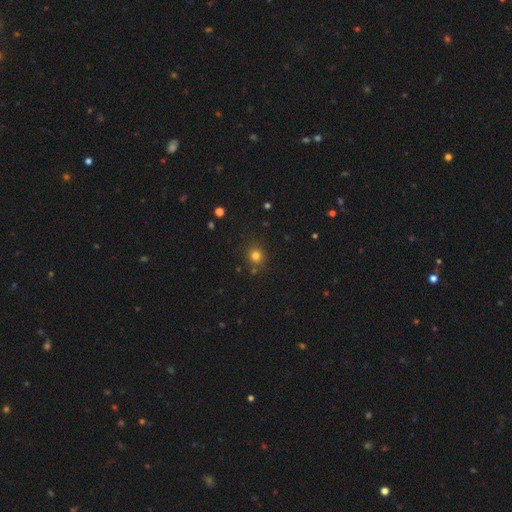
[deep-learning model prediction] Q: Smooth or featured?
A: smooth (78%); runner-up: star or artifact (16%)
Q: How rounded?
A: round (85%); runner-up: in between (14%)
Q: Merging?
A: none (83%); runner-up: minor disturbance (10%)